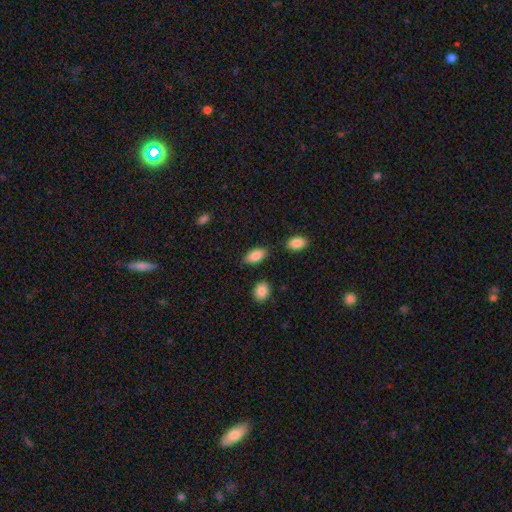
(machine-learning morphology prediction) A smooth galaxy with no disk features (84%) that is in between round and cigar-shaped (90%).

Vote fractions:
- Smooth or featured? smooth: 84% / featured or disk: 9% / star or artifact: 7%
- How rounded? in between: 90% / cigar-shaped: 7% / round: 3%
- Merging? none: 82% / minor disturbance: 12% / merger: 4% / major disturbance: 3%